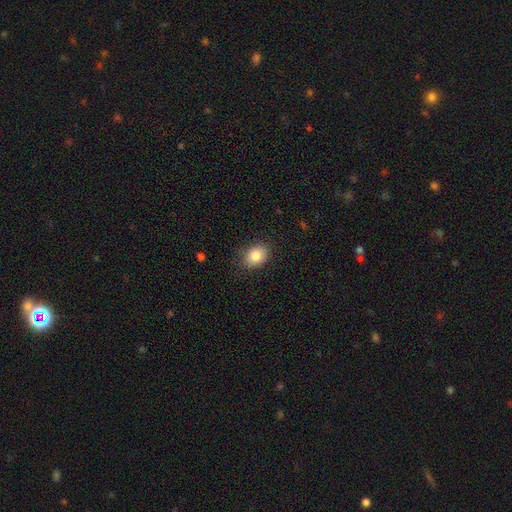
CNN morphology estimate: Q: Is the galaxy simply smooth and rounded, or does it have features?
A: smooth — 85%.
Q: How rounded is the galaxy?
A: in between — 67%.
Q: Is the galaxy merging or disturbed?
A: none — 82%.